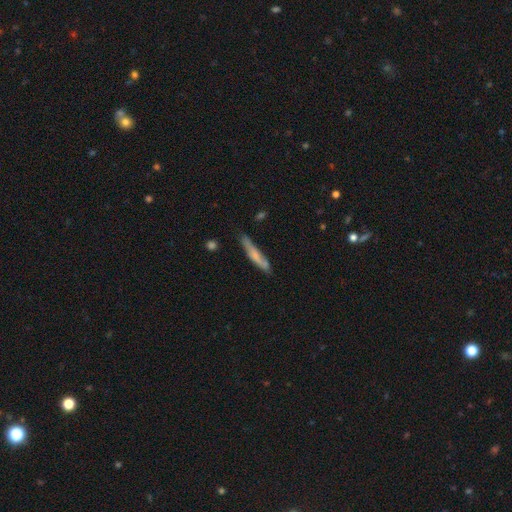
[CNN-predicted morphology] This appears to be a smooth galaxy with no disk features (59%) that is cigar-shaped (90%). Merging: none (71%).